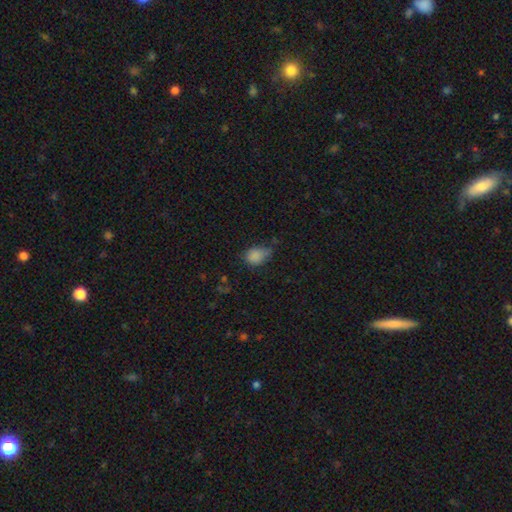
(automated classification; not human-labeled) The model was most divided on "merging": none: 43%, minor disturbance: 41%, major disturbance: 13%, merger: 3%. More confident: smooth or featured — smooth (82%); how rounded — in between (69%).